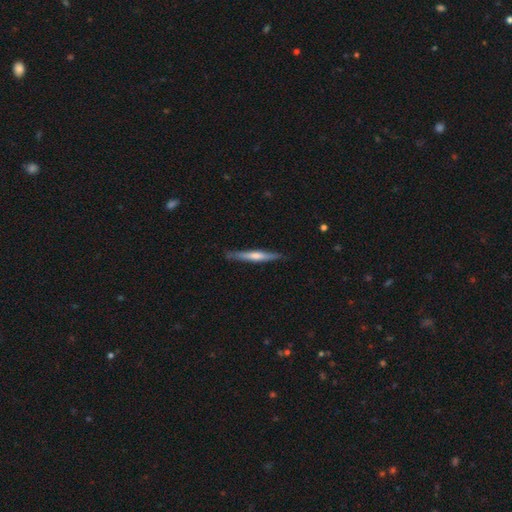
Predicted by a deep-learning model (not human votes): Smooth or featured?
  - featured or disk: 62% *
  - smooth: 33%
  - star or artifact: 5%
Edge-on disk?
  - yes: 97% *
  - no: 3%
Edge-on bulge?
  - rounded: 66% *
  - none: 23%
  - boxy: 11%
Merging?
  - none: 87% *
  - minor disturbance: 10%
  - major disturbance: 2%
  - merger: 1%